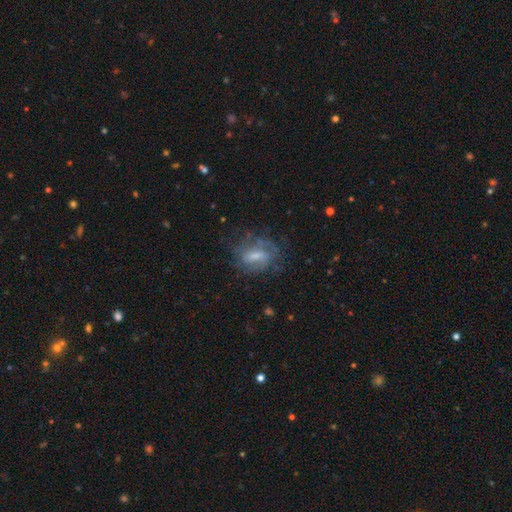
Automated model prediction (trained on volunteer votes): This is possibly a featured or disk galaxy (56%). It is clearly not viewed edge-on (94%). Bar: possibly weak (49%). Spiral arm pattern: likely yes (61%). Central bulge: marginally moderate (41%). Merging: possibly none (57%).